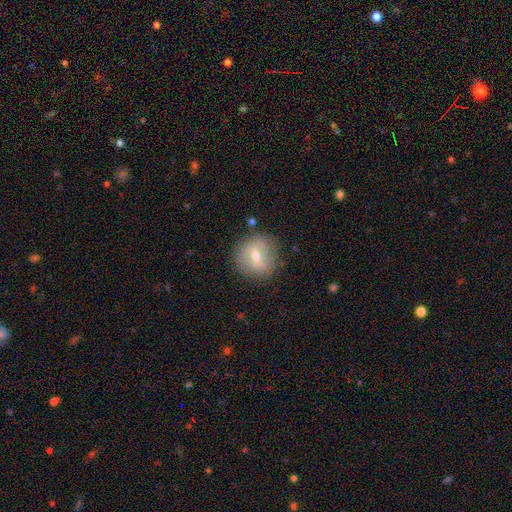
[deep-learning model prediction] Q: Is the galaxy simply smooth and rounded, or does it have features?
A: featured or disk — 51%.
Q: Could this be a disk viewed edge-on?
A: no — 92%.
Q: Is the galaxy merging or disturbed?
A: none — 81%.